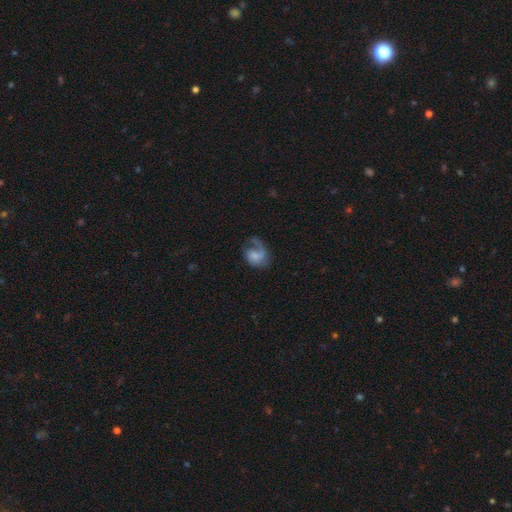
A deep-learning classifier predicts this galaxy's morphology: This appears to be a featured or disk galaxy (60%) with no bar (69%), 1 (74%) loose (41%) spiral arms (86%) and a small central bulge (32%, tied with none). Merging: none (41%).